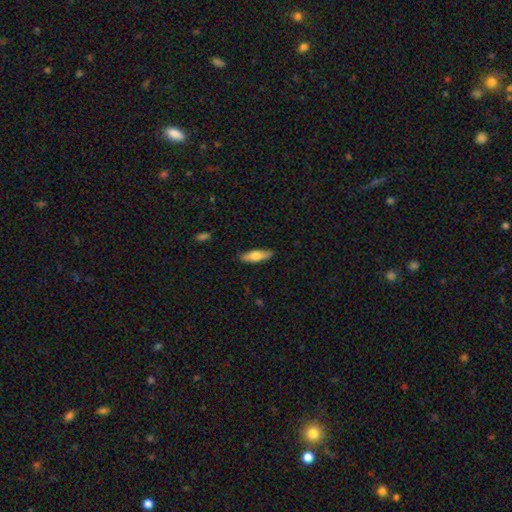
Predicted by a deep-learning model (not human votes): Overall: smooth (71%). How rounded: cigar-shaped (55%; in between 43%). Merging: none (86%).